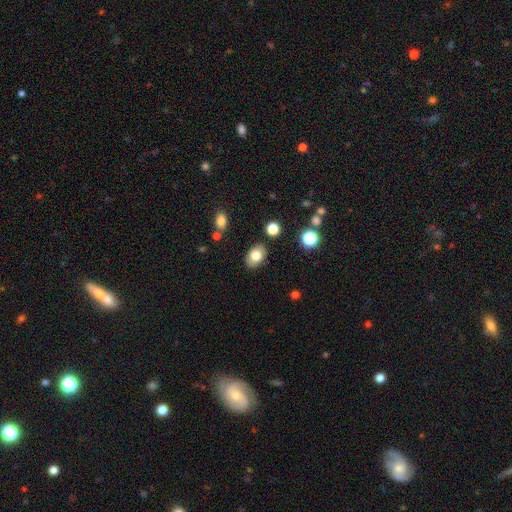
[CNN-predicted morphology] Overall: smooth (78%). How rounded: in between (84%). Merging: none (84%).